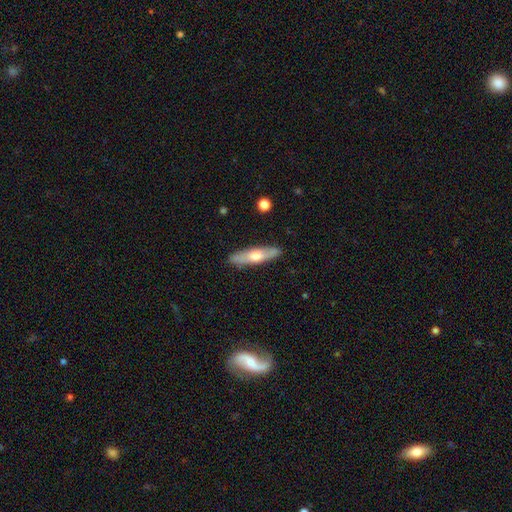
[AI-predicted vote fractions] Q: Smooth or featured?
A: smooth (48%); runner-up: featured or disk (46%)
Q: Merging?
A: none (88%); runner-up: minor disturbance (9%)